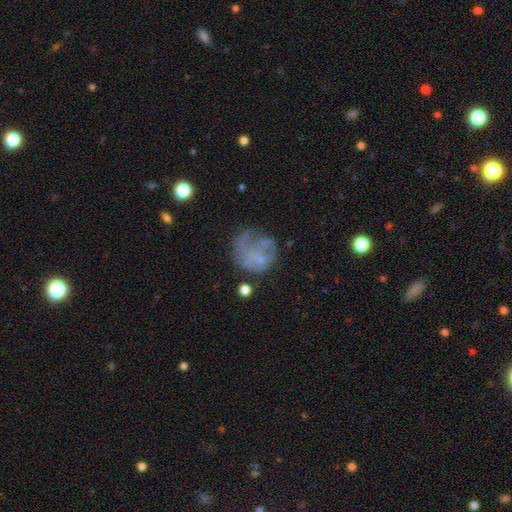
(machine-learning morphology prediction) Q: Smooth or featured?
A: featured or disk (46%); runner-up: smooth (40%)
Q: Merging?
A: none (40%); runner-up: major disturbance (33%)